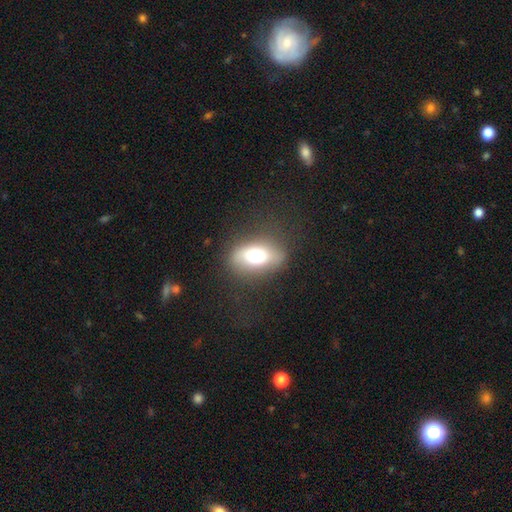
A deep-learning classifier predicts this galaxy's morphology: smooth_or_featured: smooth (p=0.67) [alt: featured or disk p=0.24]
how_rounded: in between (p=0.81) [alt: round p=0.13]
merging: none (p=0.74) [alt: minor disturbance p=0.16]